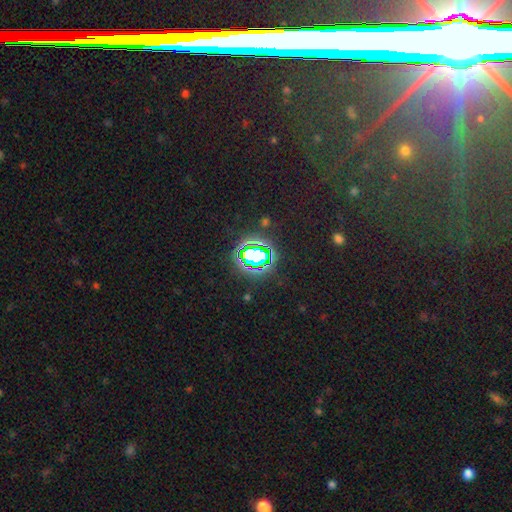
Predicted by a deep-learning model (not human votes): Smooth or featured? star or artifact (72%)